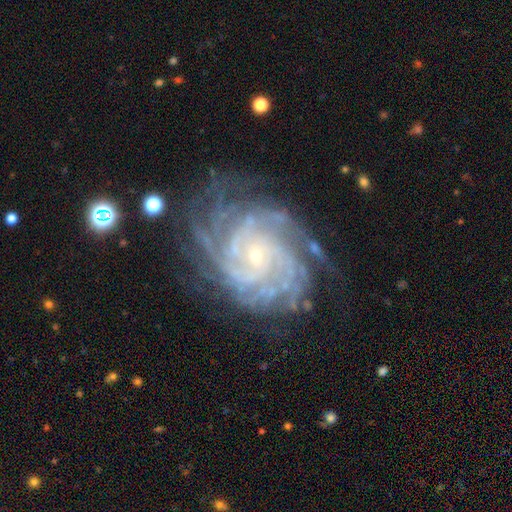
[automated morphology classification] smooth_or_featured: featured or disk (p=0.91) [alt: star or artifact p=0.06]
disk_edge_on: no (p=0.98) [alt: yes p=0.02]
bar: no (p=0.70) [alt: weak p=0.22]
has_spiral_arms: yes (p=0.98) [alt: no p=0.02]
spiral_winding: tight (p=0.74) [alt: medium p=0.22]
spiral_arm_count: 4 (p=0.26) [alt: more than 4 p=0.24]
bulge_size: small (p=0.86) [alt: moderate p=0.10]
merging: none (p=0.71) [alt: minor disturbance p=0.19]